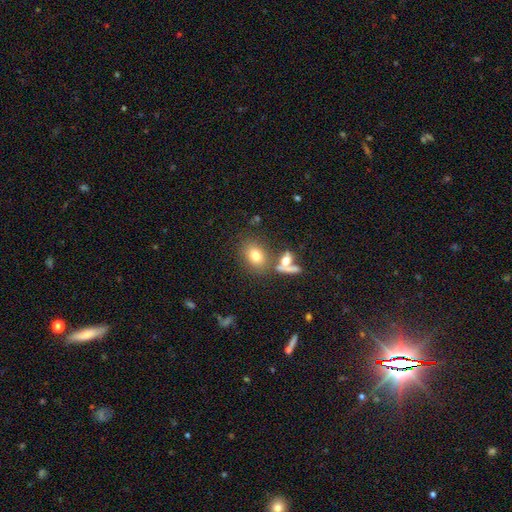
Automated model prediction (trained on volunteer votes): Morphology: type=smooth (73%); roundness=in between (64%); merging=none (67%).